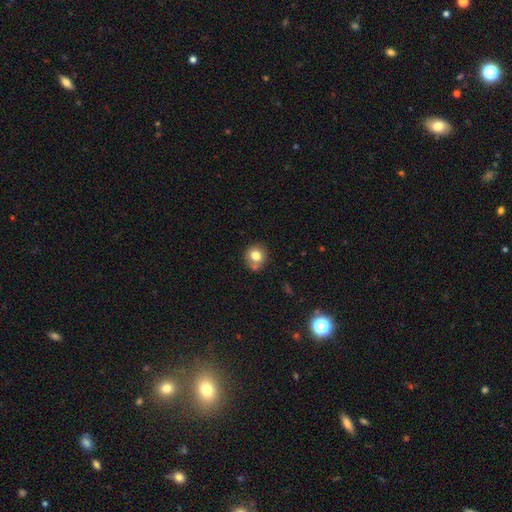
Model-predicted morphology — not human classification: Smooth or featured? smooth (78%)
How rounded? round (83%)
Merging? none (68%)